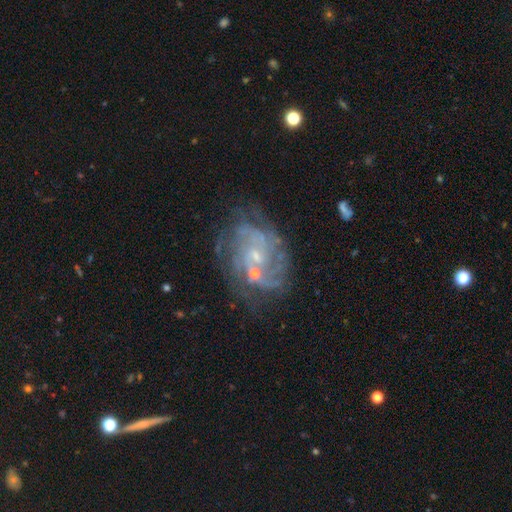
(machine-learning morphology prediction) smooth_or_featured: featured or disk (p=0.74) [alt: star or artifact p=0.15]
disk_edge_on: no (p=0.97) [alt: yes p=0.03]
bar: no (p=0.61) [alt: weak p=0.31]
has_spiral_arms: yes (p=0.88) [alt: no p=0.12]
spiral_winding: tight (p=0.50) [alt: medium p=0.37]
spiral_arm_count: can't tell (p=0.37) [alt: 2 p=0.19]
bulge_size: small (p=0.69) [alt: moderate p=0.23]
merging: none (p=0.67) [alt: minor disturbance p=0.16]